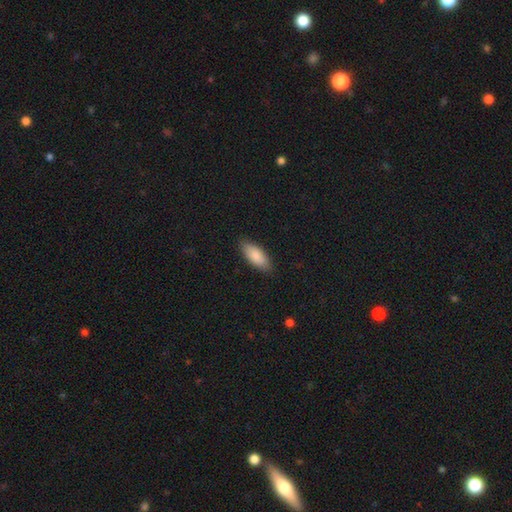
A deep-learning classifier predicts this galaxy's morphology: A smooth galaxy with no disk features (87%) that is in between round and cigar-shaped (80%). Merging: none (87%).